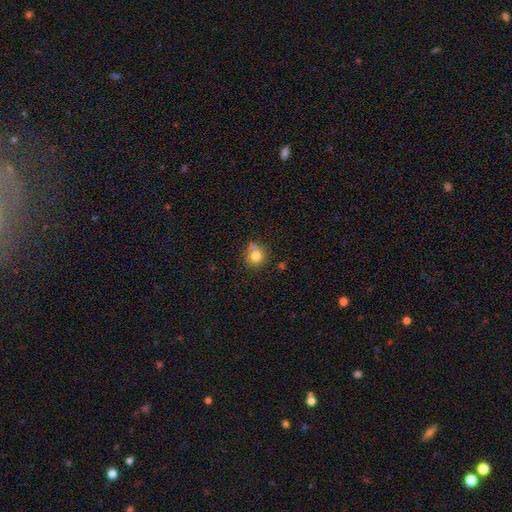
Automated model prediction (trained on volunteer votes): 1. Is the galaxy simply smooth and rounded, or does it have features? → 78% smooth, 11% star or artifact, 11% featured or disk.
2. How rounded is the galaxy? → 89% round, 10% in between, 1% cigar-shaped.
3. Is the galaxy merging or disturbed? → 68% none, 16% minor disturbance, 12% merger, 4% major disturbance.